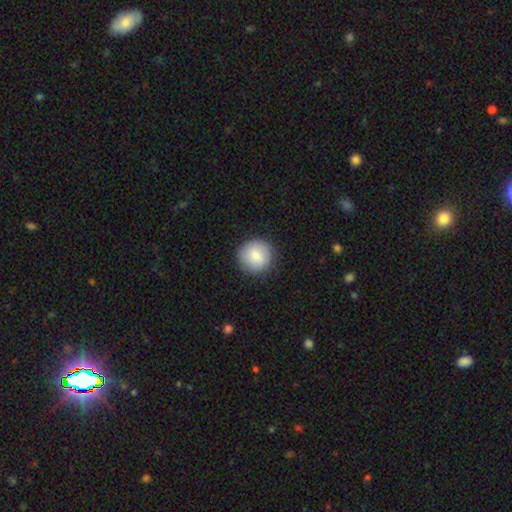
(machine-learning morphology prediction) type=smooth (80%); roundness=round (94%); merging=none (88%).